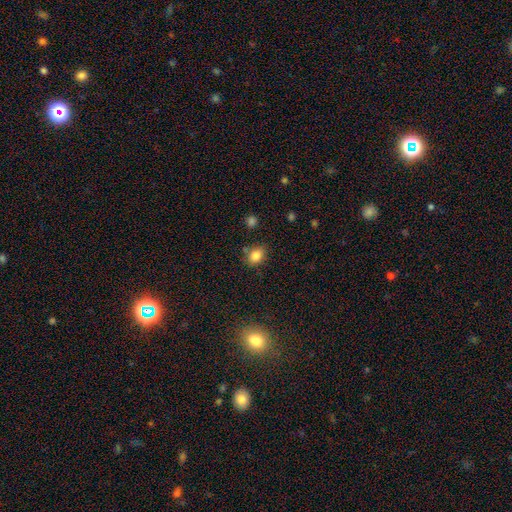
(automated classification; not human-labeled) Smooth or featured?
  - smooth: 83% *
  - star or artifact: 11%
  - featured or disk: 7%
How rounded?
  - in between: 63% *
  - round: 36%
  - cigar-shaped: 1%
Merging?
  - none: 74% *
  - minor disturbance: 16%
  - merger: 6%
  - major disturbance: 4%